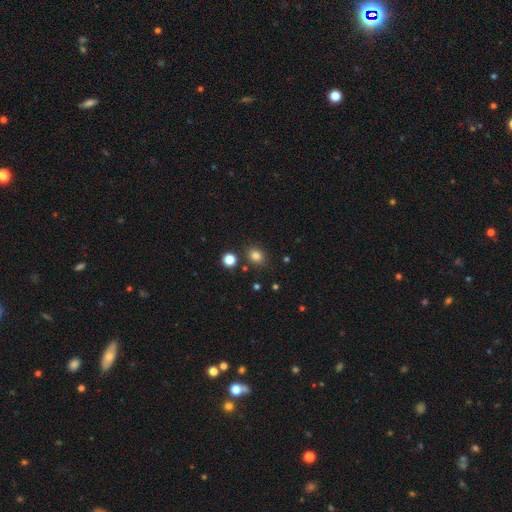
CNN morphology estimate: Smooth or featured?
  - smooth: 81% *
  - star or artifact: 13%
  - featured or disk: 5%
How rounded?
  - round: 60% *
  - in between: 39%
  - cigar-shaped: 1%
Merging?
  - none: 83% *
  - minor disturbance: 9%
  - merger: 5%
  - major disturbance: 3%